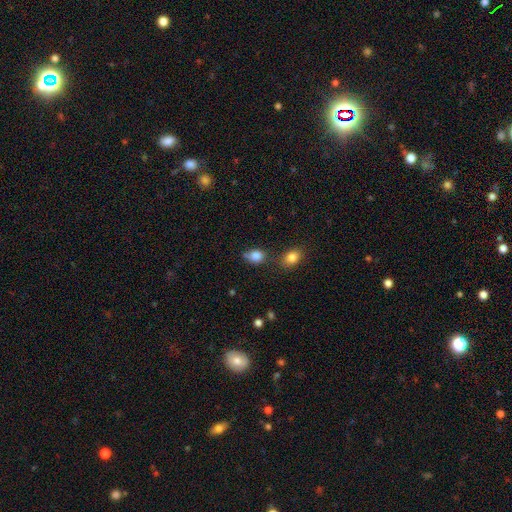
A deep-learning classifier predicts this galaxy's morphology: A smooth galaxy with no disk features (83%) that is in between round and cigar-shaped (59%).

Vote fractions:
- Smooth or featured? smooth: 83% / star or artifact: 11% / featured or disk: 7%
- How rounded? in between: 59% / round: 39% / cigar-shaped: 2%
- Merging? none: 54% / minor disturbance: 25% / merger: 14% / major disturbance: 7%